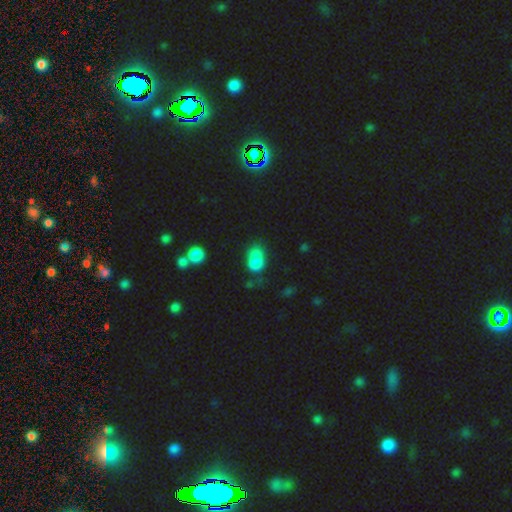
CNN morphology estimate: Smooth or featured: smooth — 74% (featured or disk — 14%)
How rounded: in between — 56% (round — 43%)
Merging: merger — 49% (none — 28%)